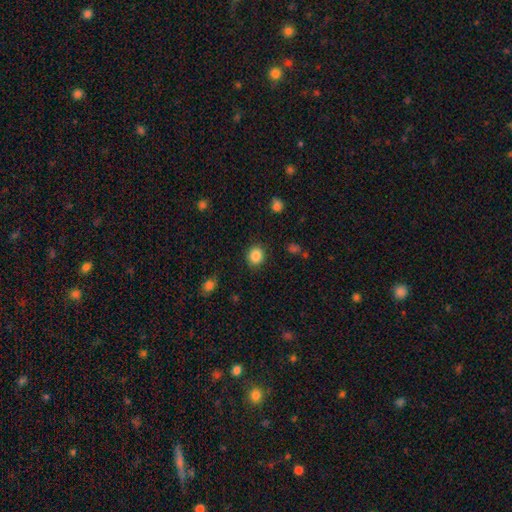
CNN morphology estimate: A smooth galaxy with no disk features (86%) that is round (78%).

Vote fractions:
- Smooth or featured? smooth: 86% / star or artifact: 10% / featured or disk: 4%
- How rounded? round: 78% / in between: 21% / cigar-shaped: 1%
- Merging? none: 88% / minor disturbance: 8% / major disturbance: 3% / merger: 1%